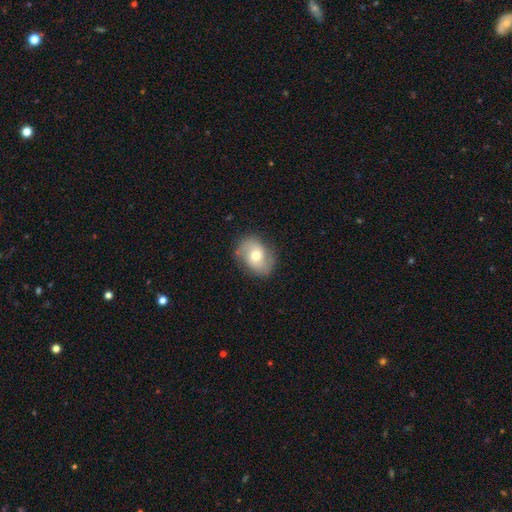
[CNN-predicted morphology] This is possibly a featured or disk galaxy (49%). Merging: likely none (78%).